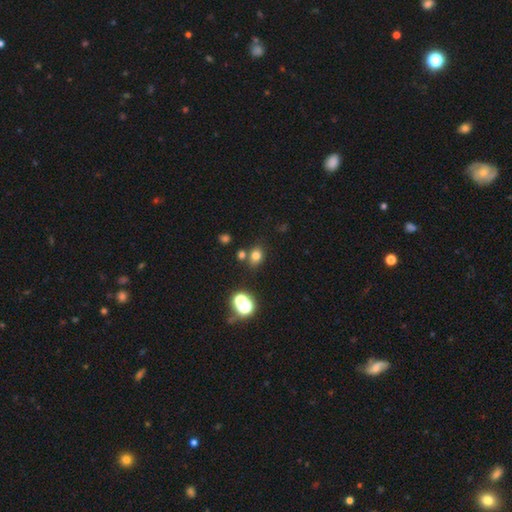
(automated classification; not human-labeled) A smooth galaxy with no disk features (73%) that is in between round and cigar-shaped (50%).

Vote fractions:
- Smooth or featured? smooth: 73% / star or artifact: 19% / featured or disk: 8%
- How rounded? in between: 50% / round: 48% / cigar-shaped: 1%
- Merging? none: 70% / merger: 14% / minor disturbance: 12% / major disturbance: 4%